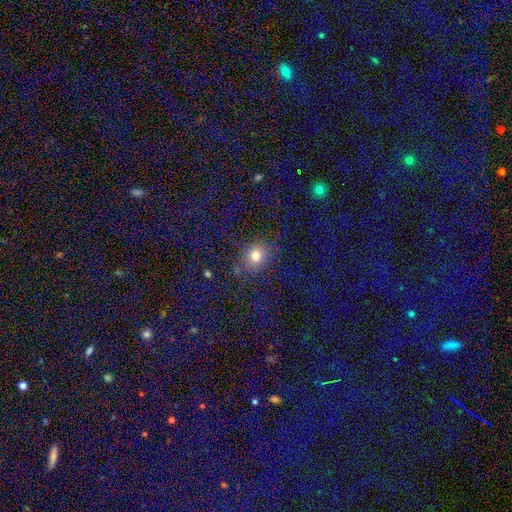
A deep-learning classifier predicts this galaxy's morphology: smooth-or-featured: smooth: 73% | star or artifact: 18% | featured or disk: 9%
  how-rounded: round: 73% | in between: 26% | cigar-shaped: 2%
  merging: none: 77% | minor disturbance: 12% | major disturbance: 8% | merger: 4%